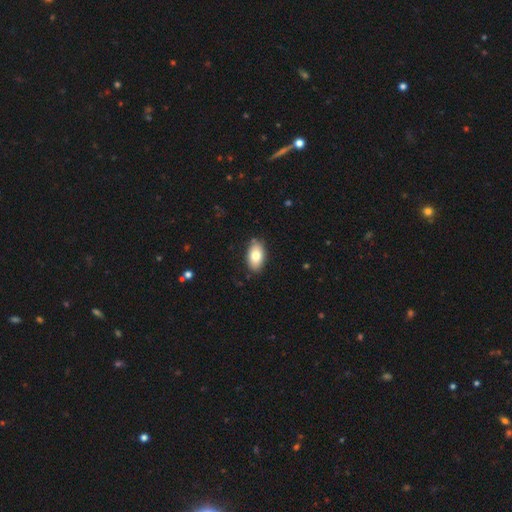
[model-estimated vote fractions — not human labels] Smooth or featured: smooth — 80% (featured or disk — 13%)
How rounded: in between — 93% (round — 5%)
Merging: none — 85% (minor disturbance — 11%)